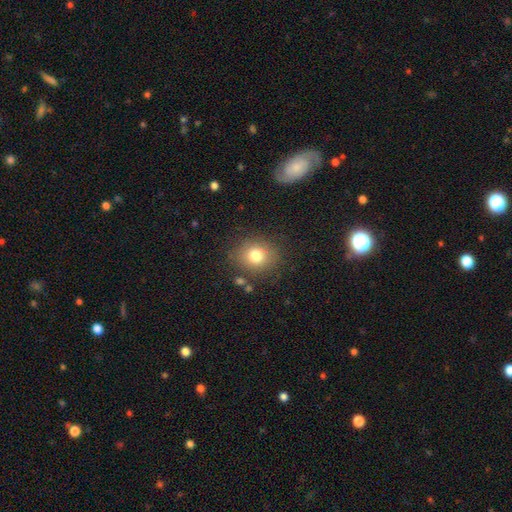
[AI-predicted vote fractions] This appears to be a smooth galaxy with no disk features (78%) that is round (74%). Merging: none (82%).